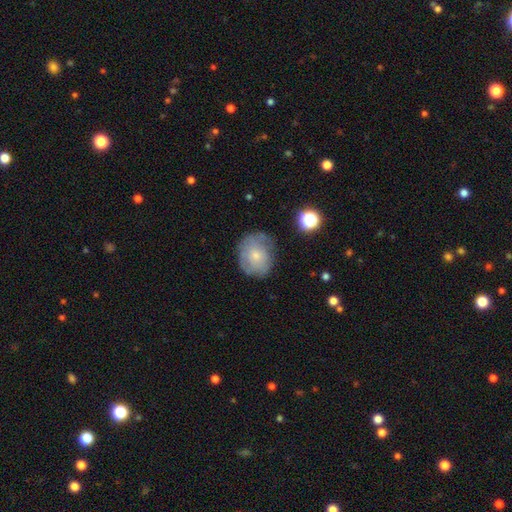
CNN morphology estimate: Smooth or featured?
  - smooth: 59% *
  - featured or disk: 31%
  - star or artifact: 9%
How rounded?
  - round: 62% *
  - in between: 37%
  - cigar-shaped: 1%
Merging?
  - none: 62% *
  - minor disturbance: 25%
  - major disturbance: 10%
  - merger: 2%